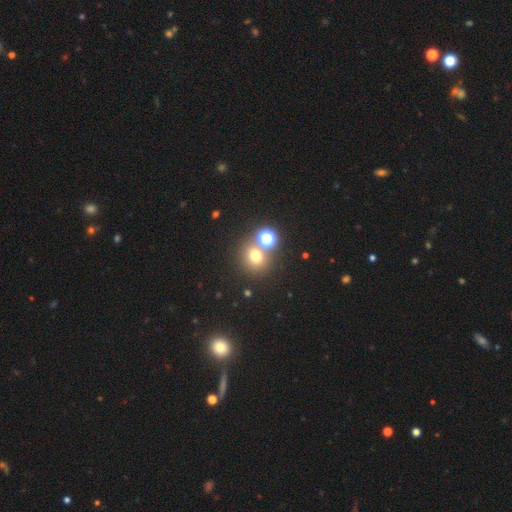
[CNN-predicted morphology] Smooth or featured?
  - smooth: 66% *
  - star or artifact: 24%
  - featured or disk: 9%
How rounded?
  - round: 84% *
  - in between: 15%
  - cigar-shaped: 1%
Merging?
  - none: 67% *
  - merger: 21%
  - minor disturbance: 8%
  - major disturbance: 4%